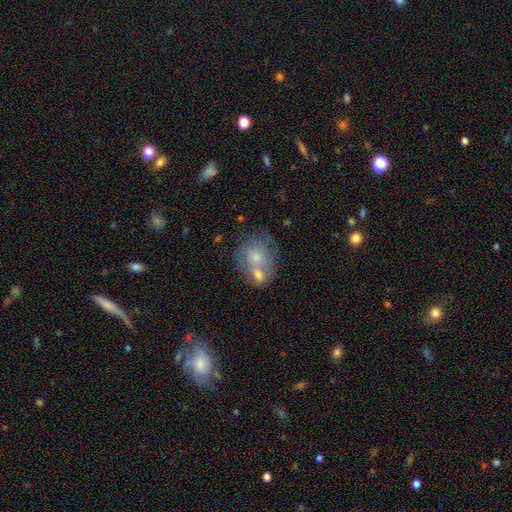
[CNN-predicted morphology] Smooth or featured: smooth — 61% (featured or disk — 29%)
How rounded: round — 65% (in between — 34%)
Merging: merger — 53% (none — 30%)